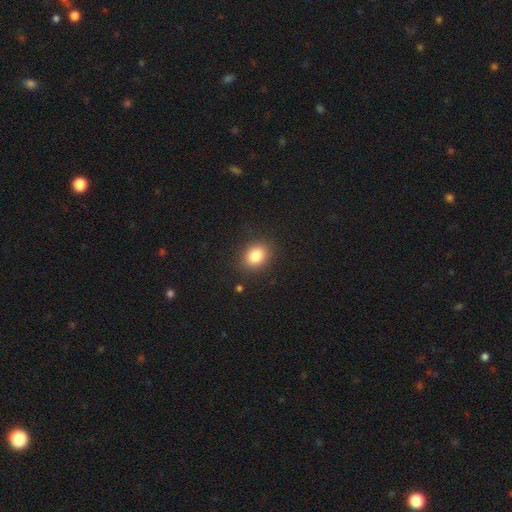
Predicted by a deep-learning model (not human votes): Smooth or featured?
  - smooth: 83% *
  - star or artifact: 11%
  - featured or disk: 7%
How rounded?
  - round: 58% *
  - in between: 41%
  - cigar-shaped: 1%
Merging?
  - none: 87% *
  - minor disturbance: 9%
  - major disturbance: 3%
  - merger: 1%